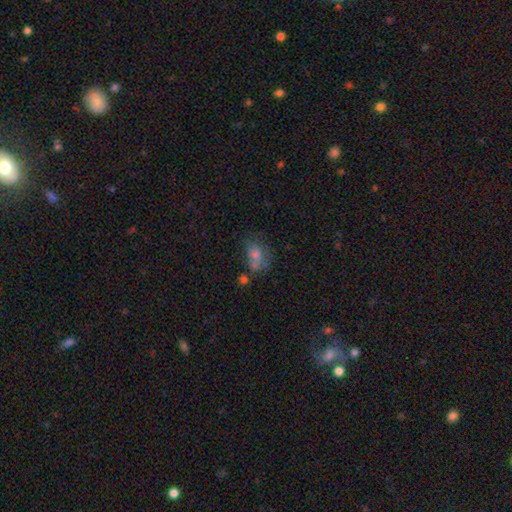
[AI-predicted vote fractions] This is likely a smooth galaxy (67%). How rounded: likely in between (74%). Merging: marginally none (35%).